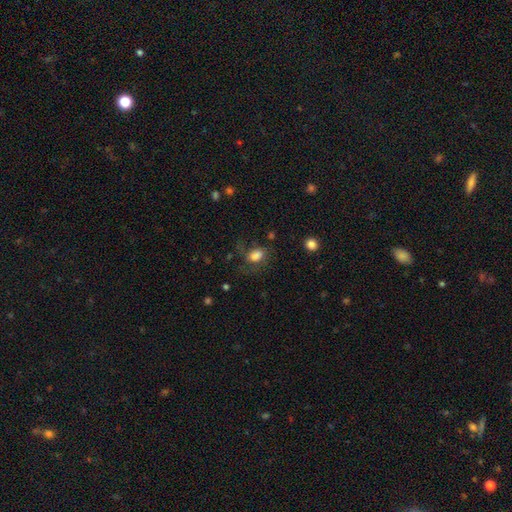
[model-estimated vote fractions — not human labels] Smooth or featured?
  - smooth: 74% *
  - featured or disk: 15%
  - star or artifact: 11%
How rounded?
  - in between: 75% *
  - round: 23%
  - cigar-shaped: 2%
Merging?
  - none: 50% *
  - major disturbance: 25%
  - minor disturbance: 22%
  - merger: 3%